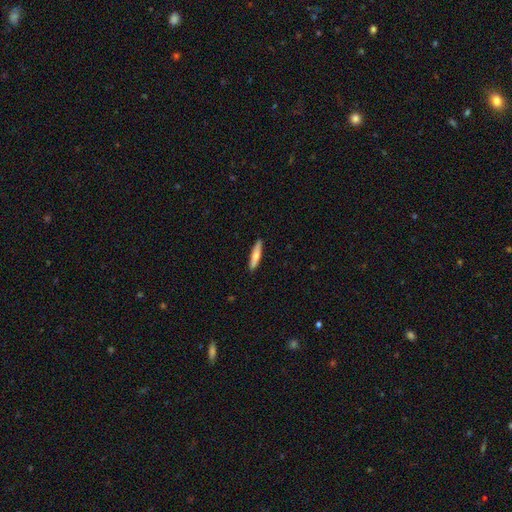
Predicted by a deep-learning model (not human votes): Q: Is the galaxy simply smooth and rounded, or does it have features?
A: smooth — 62%.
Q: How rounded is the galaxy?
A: cigar-shaped — 85%.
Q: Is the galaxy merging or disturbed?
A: none — 91%.